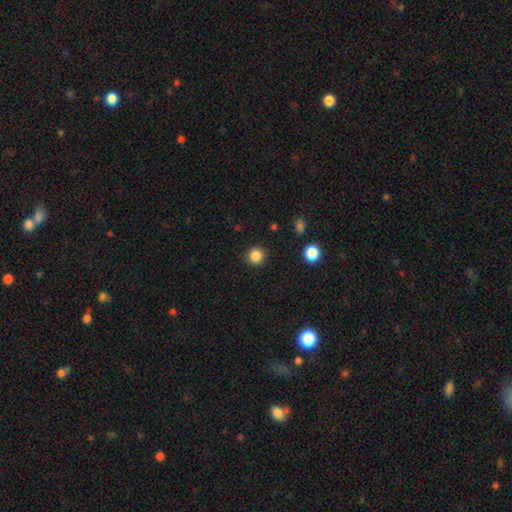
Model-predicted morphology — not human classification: type=smooth (85%); roundness=round (92%); merging=none (91%).